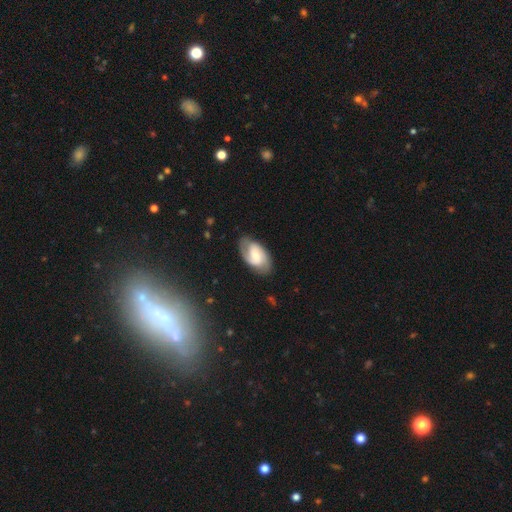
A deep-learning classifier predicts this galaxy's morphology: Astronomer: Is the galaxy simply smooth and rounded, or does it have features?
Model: featured or disk — 69%.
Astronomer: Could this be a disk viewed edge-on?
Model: no — 96%.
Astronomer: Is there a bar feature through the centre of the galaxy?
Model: weak — 49% (runner-up: no, 34%).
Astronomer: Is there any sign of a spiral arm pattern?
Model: yes — 92%.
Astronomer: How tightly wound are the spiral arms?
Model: medium — 45% (runner-up: tight, 36%).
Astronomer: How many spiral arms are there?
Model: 2 — 80%.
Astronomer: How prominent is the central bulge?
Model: small — 45% (runner-up: moderate, 39%).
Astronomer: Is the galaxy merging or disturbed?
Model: none — 79%.